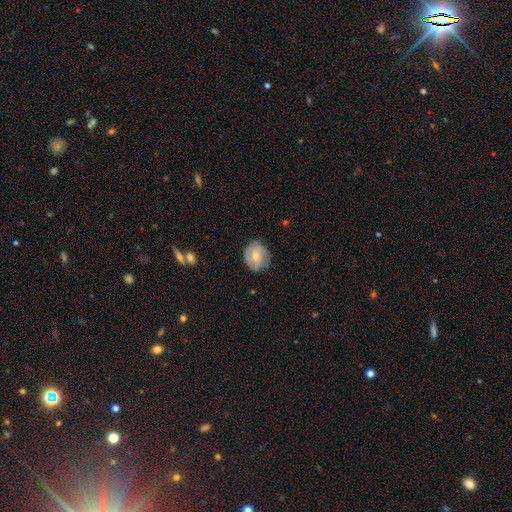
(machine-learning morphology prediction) A featured or disk galaxy (56%) with no bar (59%), spiral arms (86%) and a moderate central bulge (48%).

Vote fractions:
- Smooth or featured? featured or disk: 56% / smooth: 37% / star or artifact: 7%
- Edge-on disk? no: 97% / yes: 3%
- Bar? no: 59% / weak: 34% / strong: 6%
- Spiral arms? yes: 86% / no: 14%
- Bulge size? moderate: 48% / small: 46% / none: 3% / large: 2% / dominant: 1%
- Merging? none: 72% / minor disturbance: 21% / major disturbance: 5% / merger: 1%